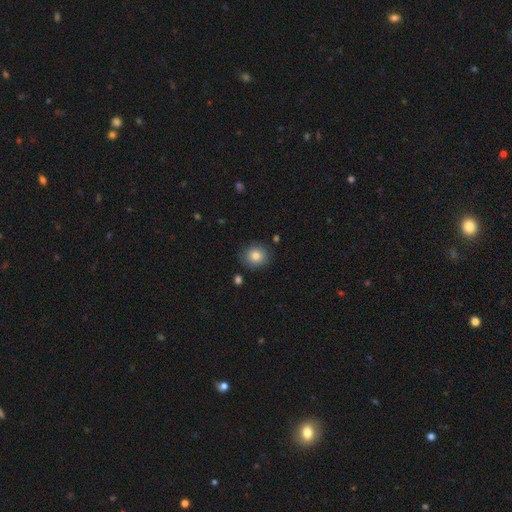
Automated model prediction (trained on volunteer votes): The model was most divided on "how rounded": round: 83%, in between: 16%, cigar-shaped: 1%. More confident: merging — none (85%); smooth or featured — smooth (82%).